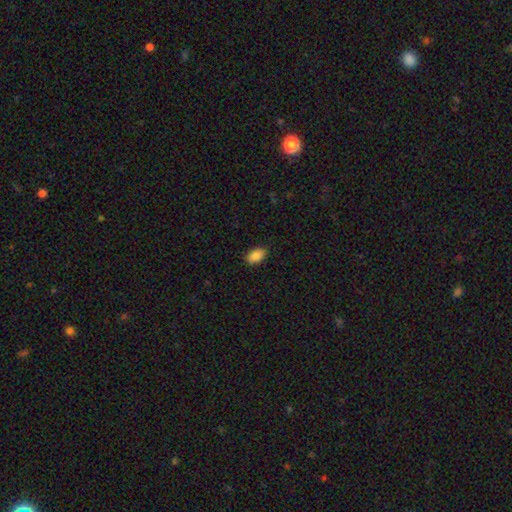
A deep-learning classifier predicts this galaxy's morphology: A smooth galaxy with no disk features (87%) that is in between round and cigar-shaped (90%). Merging: none (86%).